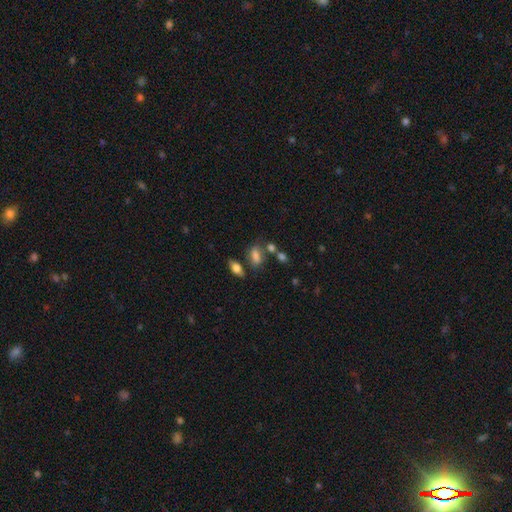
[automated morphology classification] Q: Smooth or featured?
A: smooth (74%); runner-up: featured or disk (14%)
Q: How rounded?
A: in between (80%); runner-up: round (12%)
Q: Merging?
A: none (55%); runner-up: minor disturbance (20%)